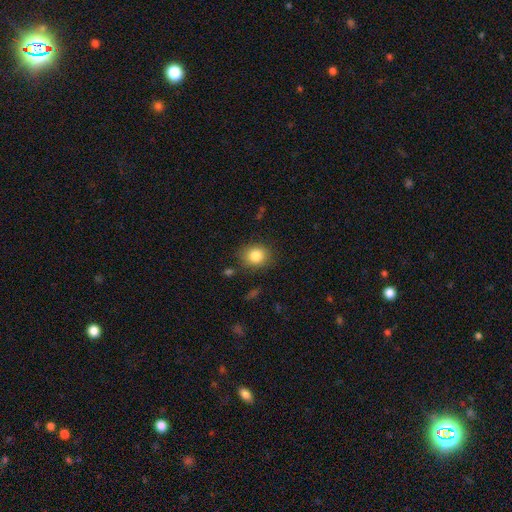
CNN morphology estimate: smooth-or-featured: smooth: 84% | star or artifact: 10% | featured or disk: 6%
  how-rounded: round: 68% | in between: 31% | cigar-shaped: 1%
  merging: none: 84% | minor disturbance: 11% | major disturbance: 3% | merger: 2%